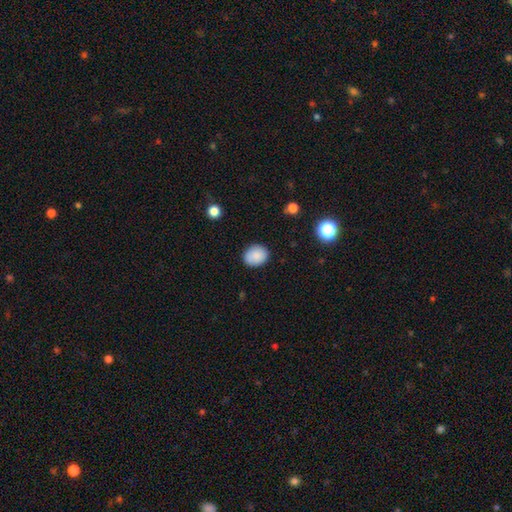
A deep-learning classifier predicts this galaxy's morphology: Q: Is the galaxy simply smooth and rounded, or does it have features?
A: smooth — 87%.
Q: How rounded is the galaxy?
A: round — 50%.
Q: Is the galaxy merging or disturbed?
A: none — 86%.